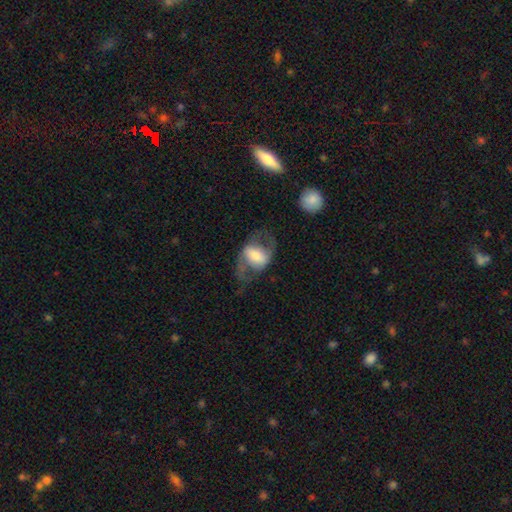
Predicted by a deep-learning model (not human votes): A featured or disk galaxy (63%) with a strong bar (42%), spiral arms (69%) and a moderate central bulge (40%).

Vote fractions:
- Smooth or featured? featured or disk: 63% / smooth: 31% / star or artifact: 6%
- Edge-on disk? no: 93% / yes: 7%
- Bar? strong: 42% / weak: 35% / no: 24%
- Spiral arms? yes: 69% / no: 31%
- Bulge size? moderate: 40% / large: 26% / small: 24% / dominant: 5% / none: 5%
- Merging? none: 55% / major disturbance: 24% / minor disturbance: 19% / merger: 2%